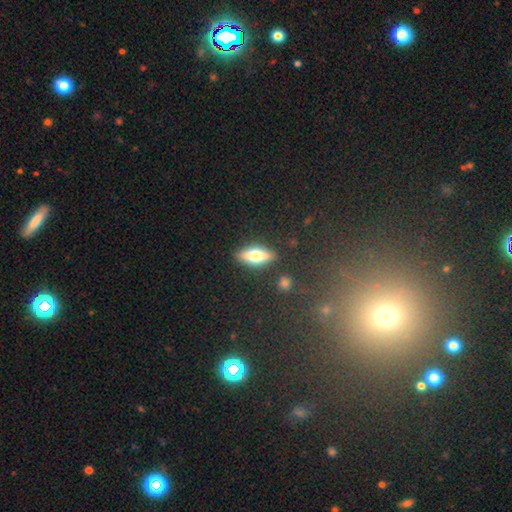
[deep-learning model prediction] The model was most divided on "smooth or featured": smooth: 58%, featured or disk: 35%, star or artifact: 7%. More confident: merging — none (86%); how rounded — in between (65%).